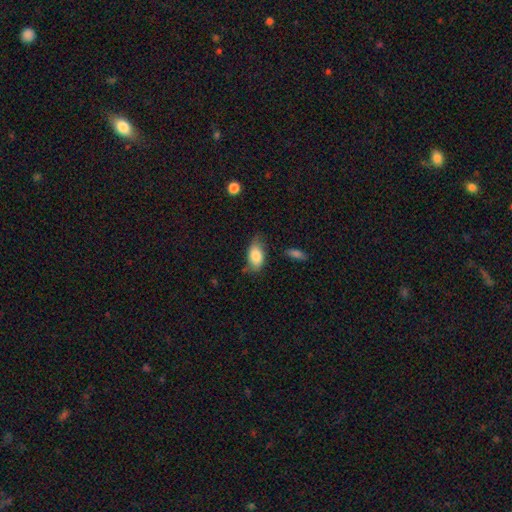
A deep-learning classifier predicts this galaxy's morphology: smooth 82%, featured or disk 12%, star or artifact 7%. Down the decision tree: how rounded — in between (92%); merging — none (63%).